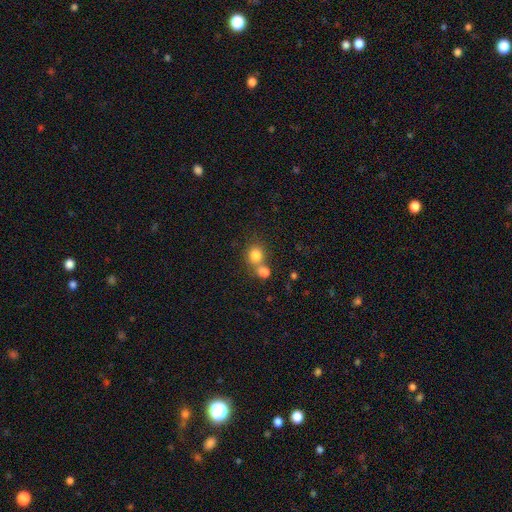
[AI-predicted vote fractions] A smooth galaxy with no disk features (81%) that is round (81%). Merging: none (46%).